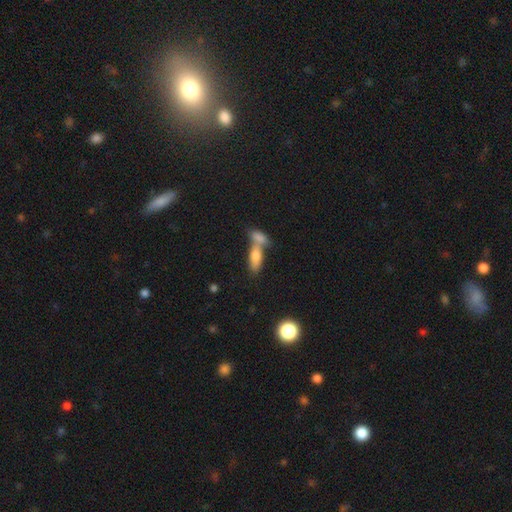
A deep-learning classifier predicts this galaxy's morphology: smooth 77%, featured or disk 14%, star or artifact 8%. Down the decision tree: how rounded — in between (72%); merging — merger (60%).